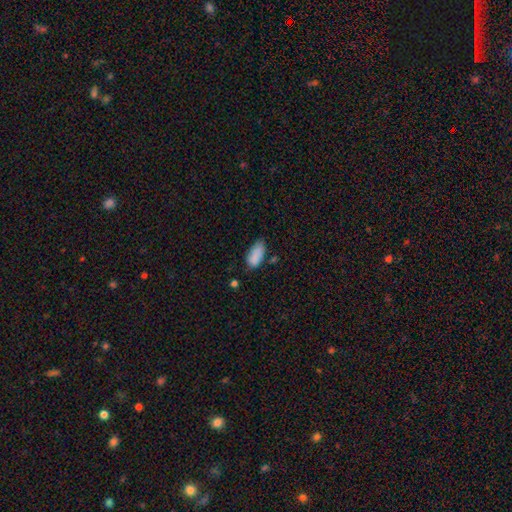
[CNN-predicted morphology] Smooth or featured?
  - smooth: 86% *
  - star or artifact: 8%
  - featured or disk: 6%
How rounded?
  - in between: 91% *
  - cigar-shaped: 7%
  - round: 3%
Merging?
  - none: 57% *
  - minor disturbance: 32%
  - major disturbance: 7%
  - merger: 4%